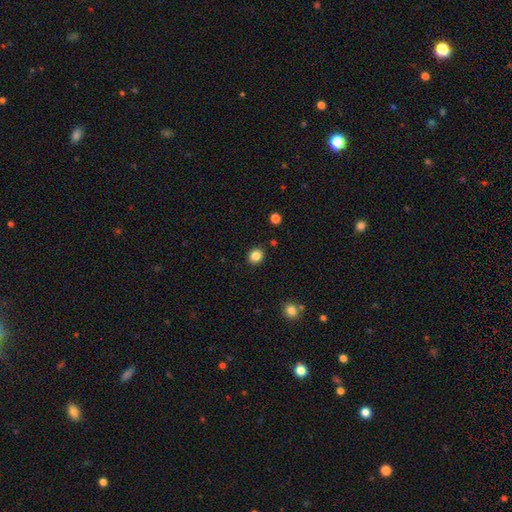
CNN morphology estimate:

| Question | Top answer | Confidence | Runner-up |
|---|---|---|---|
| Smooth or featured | smooth | 85% | star or artifact (11%) |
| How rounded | round | 75% | in between (24%) |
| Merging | none | 90% | minor disturbance (6%) |